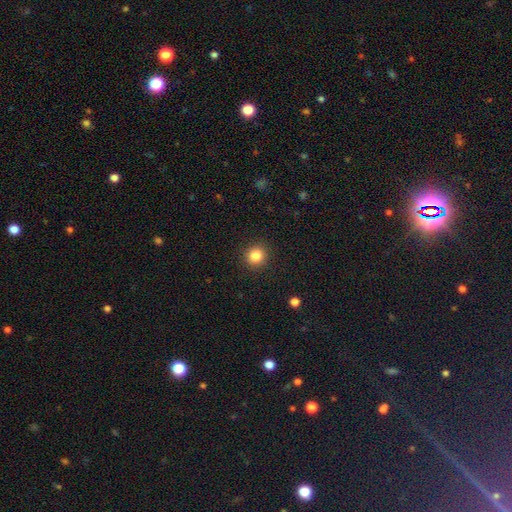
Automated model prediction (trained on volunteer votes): Smooth or featured? smooth (84%)
How rounded? round (92%)
Merging? none (92%)